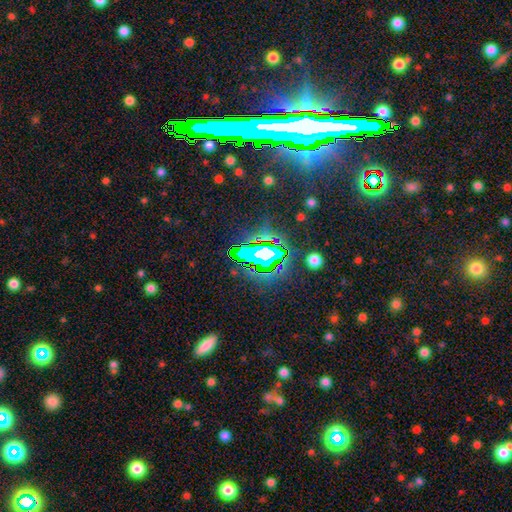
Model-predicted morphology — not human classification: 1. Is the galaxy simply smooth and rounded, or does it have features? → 75% star or artifact, 13% featured or disk, 12% smooth.